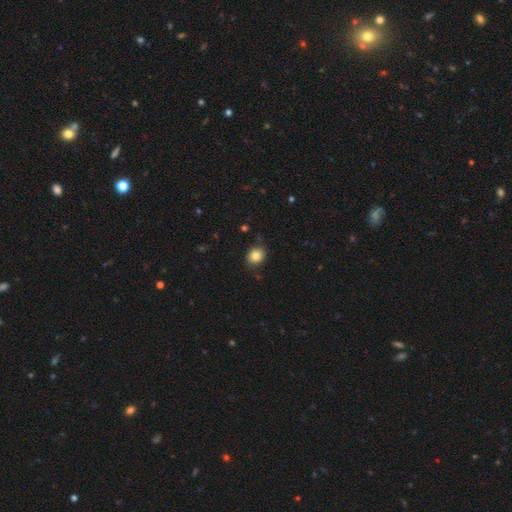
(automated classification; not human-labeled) smooth 83%, star or artifact 10%, featured or disk 7%. Down the decision tree: how rounded — round (66%); merging — none (87%).